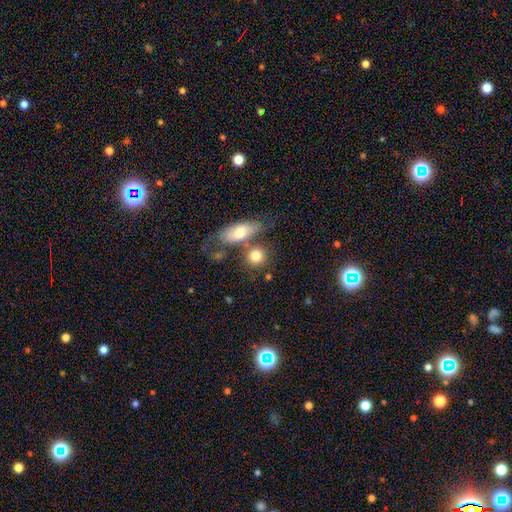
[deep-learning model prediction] The model was most divided on "merging": none: 54%, merger: 29%, minor disturbance: 11%, major disturbance: 5%. More confident: smooth or featured — smooth (78%); how rounded — round (71%).